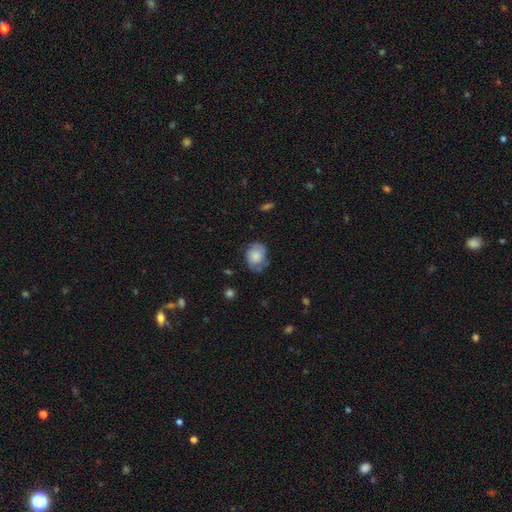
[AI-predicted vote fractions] Overall: smooth (63%; featured or disk 30%). How rounded: in between (56%; round 43%). Merging: none (57%; minor disturbance 30%).